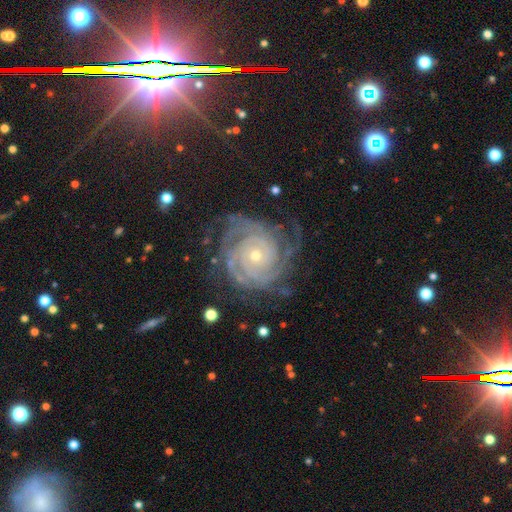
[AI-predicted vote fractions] Q: Smooth or featured?
A: featured or disk (91%); runner-up: star or artifact (5%)
Q: Edge-on disk?
A: no (98%); runner-up: yes (2%)
Q: Bar?
A: no (79%); runner-up: weak (15%)
Q: Spiral arms?
A: yes (98%); runner-up: no (2%)
Q: Spiral winding?
A: tight (83%); runner-up: medium (15%)
Q: Spiral arm count?
A: 3 (23%); runner-up: 4 (22%)
Q: Bulge size?
A: small (64%); runner-up: moderate (33%)
Q: Merging?
A: none (71%); runner-up: minor disturbance (18%)